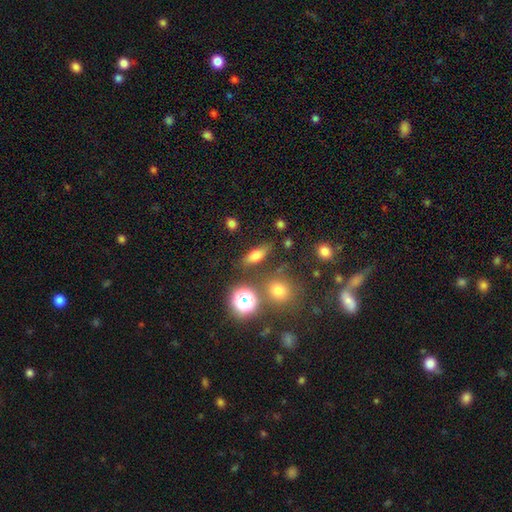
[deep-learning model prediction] A smooth galaxy with no disk features (67%) that is in between round and cigar-shaped (59%). Merging: none (76%).